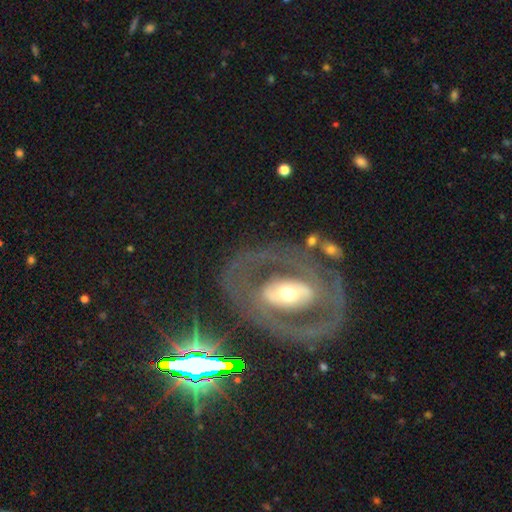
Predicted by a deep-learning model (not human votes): Smooth or featured?
  - featured or disk: 78% *
  - smooth: 13%
  - star or artifact: 9%
Edge-on disk?
  - no: 94% *
  - yes: 6%
Bar?
  - no: 37% *
  - strong: 35%
  - weak: 28%
Spiral arms?
  - yes: 55% *
  - no: 45%
Bulge size?
  - moderate: 53% *
  - small: 35%
  - large: 9%
  - dominant: 2%
  - none: 1%
Merging?
  - none: 70% *
  - minor disturbance: 13%
  - major disturbance: 13%
  - merger: 3%